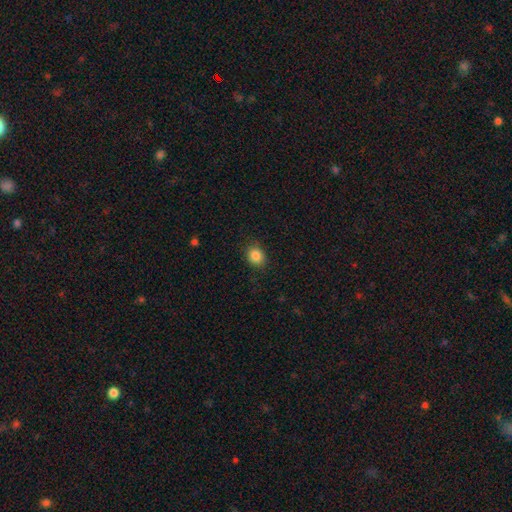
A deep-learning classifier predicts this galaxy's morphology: Overall: smooth (86%). How rounded: round (57%; in between 42%). Merging: none (87%).